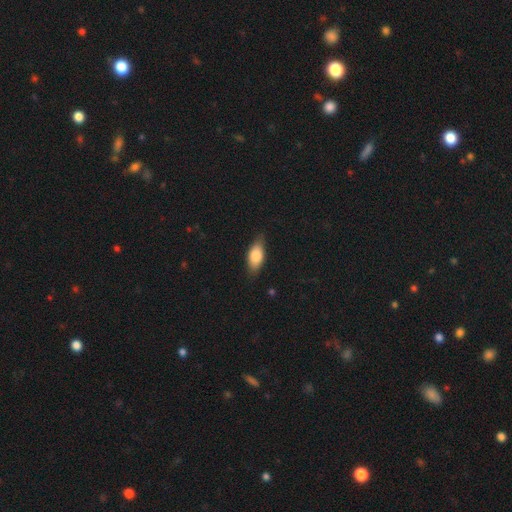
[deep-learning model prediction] A smooth galaxy with no disk features (78%) that is in between round and cigar-shaped (86%). Merging: none (79%).